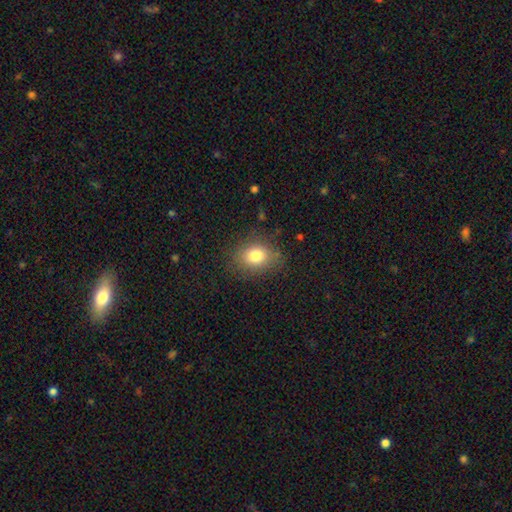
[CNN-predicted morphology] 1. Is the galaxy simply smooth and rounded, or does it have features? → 80% smooth, 11% star or artifact, 10% featured or disk.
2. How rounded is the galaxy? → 59% in between, 40% round, 1% cigar-shaped.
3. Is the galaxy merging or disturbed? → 81% none, 13% minor disturbance, 5% major disturbance, 1% merger.